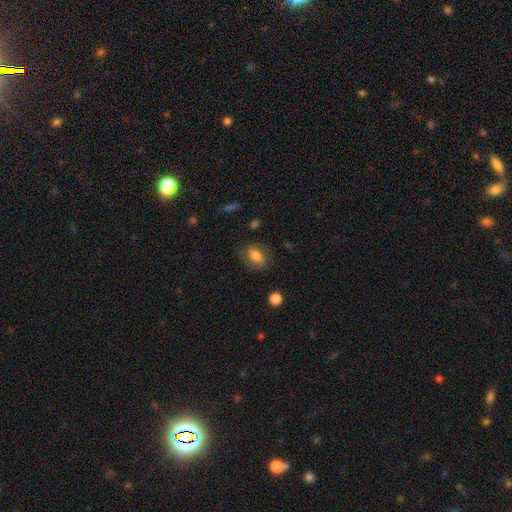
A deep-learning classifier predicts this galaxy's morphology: Smooth or featured? smooth (67%)
How rounded? in between (74%)
Merging? none (70%)